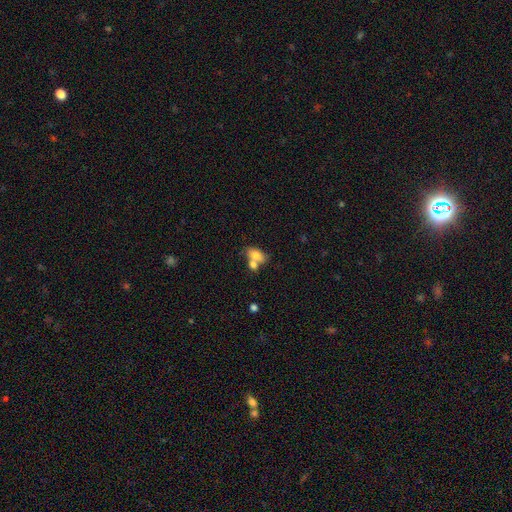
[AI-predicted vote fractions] A smooth galaxy with no disk features (76%) that is in between round and cigar-shaped (86%).

Vote fractions:
- Smooth or featured? smooth: 76% / featured or disk: 16% / star or artifact: 8%
- How rounded? in between: 86% / round: 10% / cigar-shaped: 3%
- Merging? merger: 50% / none: 33% / minor disturbance: 12% / major disturbance: 5%